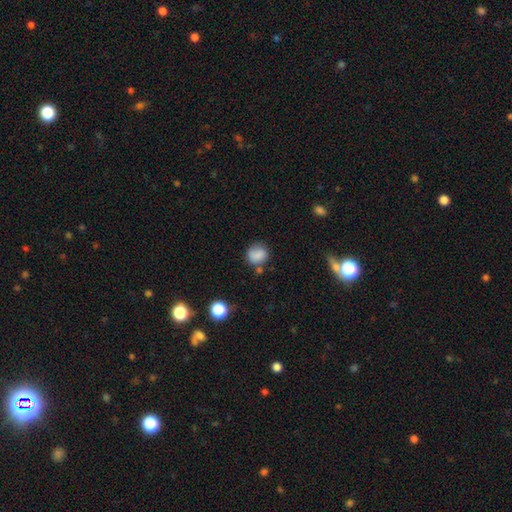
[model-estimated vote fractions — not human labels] Morphology: type=smooth (81%); roundness=round (76%); merging=none (63%).